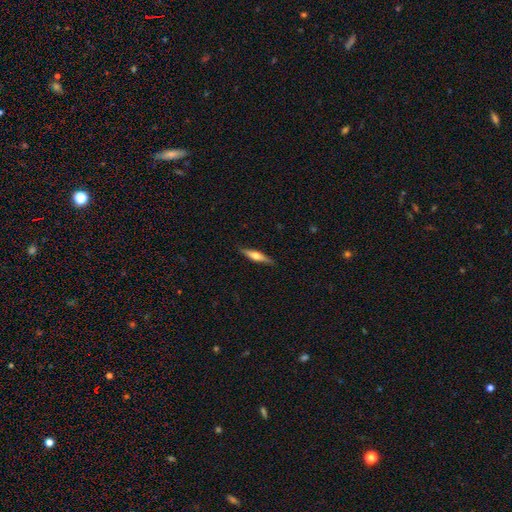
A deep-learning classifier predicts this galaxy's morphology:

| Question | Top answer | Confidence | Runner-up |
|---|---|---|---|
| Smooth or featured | featured or disk | 49% | smooth (45%) |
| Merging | none | 88% | minor disturbance (9%) |